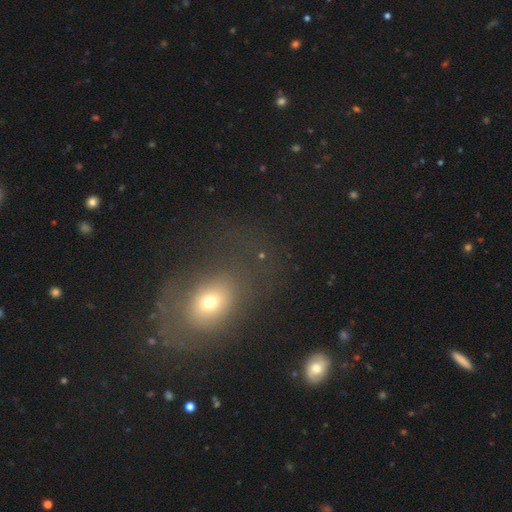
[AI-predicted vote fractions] smooth_or_featured: smooth (p=0.52) [alt: featured or disk p=0.27]
how_rounded: in between (p=0.61) [alt: round p=0.37]
merging: none (p=0.64) [alt: major disturbance p=0.16]